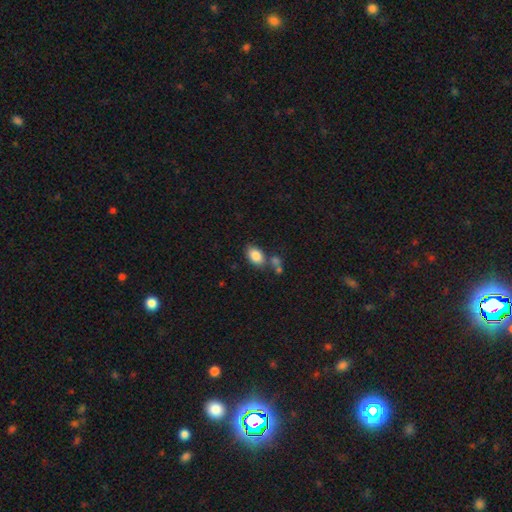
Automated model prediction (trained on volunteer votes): This is clearly a smooth galaxy (85%). How rounded: clearly in between (88%). Merging: likely none (62%).